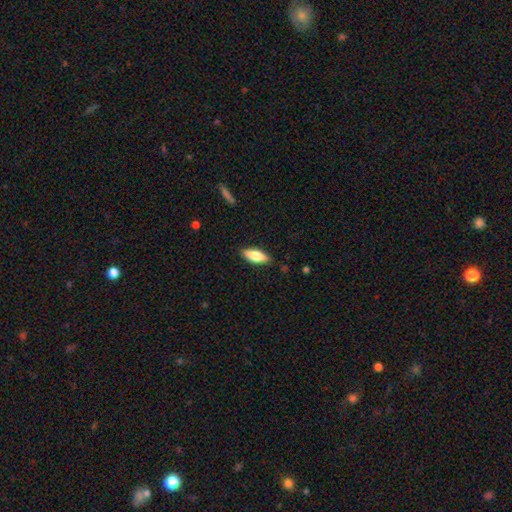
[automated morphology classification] Q: Smooth or featured?
A: smooth (74%); runner-up: featured or disk (20%)
Q: How rounded?
A: in between (71%); runner-up: cigar-shaped (26%)
Q: Merging?
A: none (87%); runner-up: minor disturbance (10%)